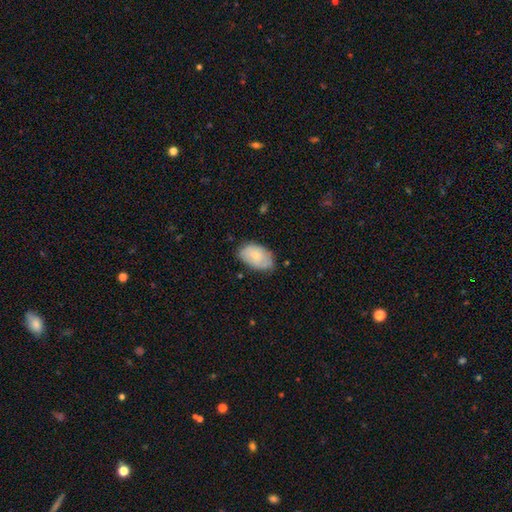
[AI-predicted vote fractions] Smooth or featured? Predicted: smooth (p=0.69). How rounded? Predicted: in between (p=0.90). Merging? Predicted: none (p=0.64).